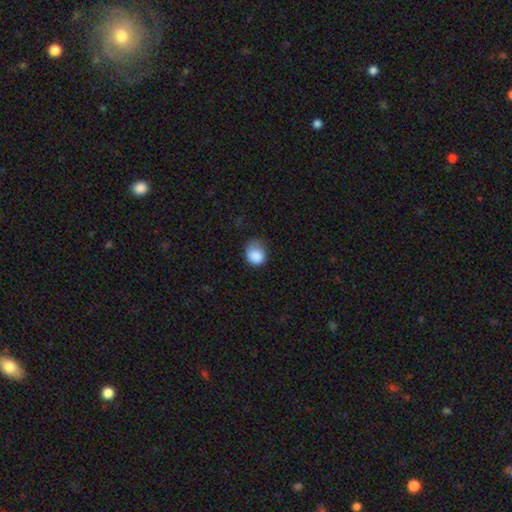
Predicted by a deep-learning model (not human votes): Smooth or featured?
  - smooth: 85% *
  - star or artifact: 8%
  - featured or disk: 6%
How rounded?
  - round: 61% *
  - in between: 38%
  - cigar-shaped: 1%
Merging?
  - none: 45% *
  - minor disturbance: 37%
  - major disturbance: 16%
  - merger: 2%